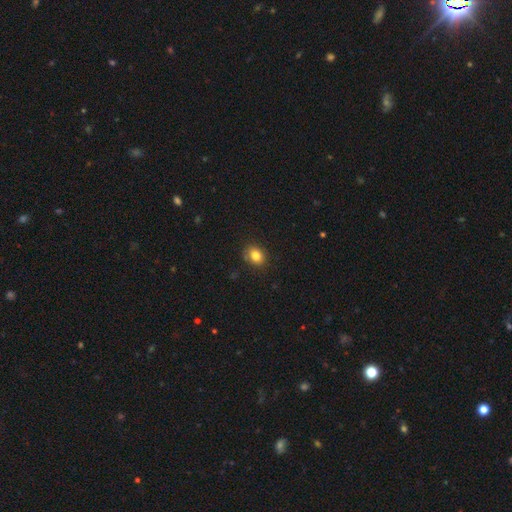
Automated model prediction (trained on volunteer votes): smooth 83%, star or artifact 11%, featured or disk 7%. Down the decision tree: how rounded — in between (50%); merging — none (85%).